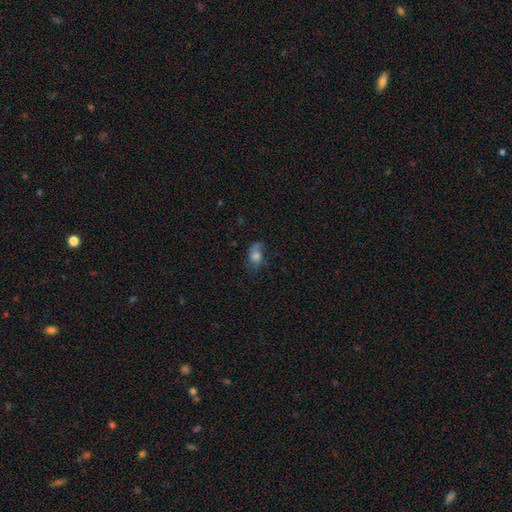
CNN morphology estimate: Q: Smooth or featured?
A: smooth (58%); runner-up: featured or disk (31%)
Q: How rounded?
A: in between (76%); runner-up: round (21%)
Q: Merging?
A: none (54%); runner-up: minor disturbance (28%)